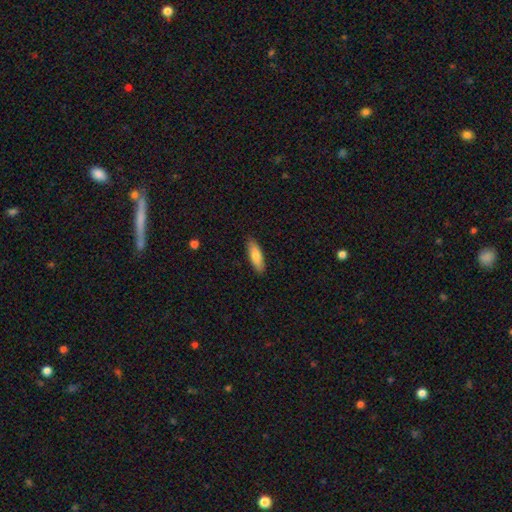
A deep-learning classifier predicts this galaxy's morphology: smooth_or_featured: smooth (p=0.77) [alt: featured or disk p=0.17]
how_rounded: in between (p=0.50) [alt: cigar-shaped p=0.49]
merging: none (p=0.88) [alt: minor disturbance p=0.09]